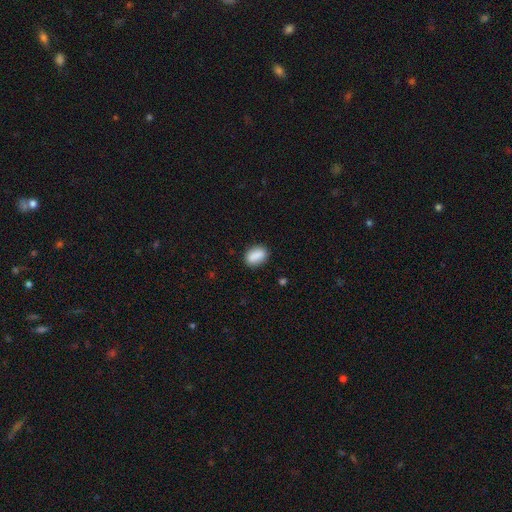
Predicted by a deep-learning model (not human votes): Overall: smooth (88%). How rounded: in between (84%). Merging: none (86%).